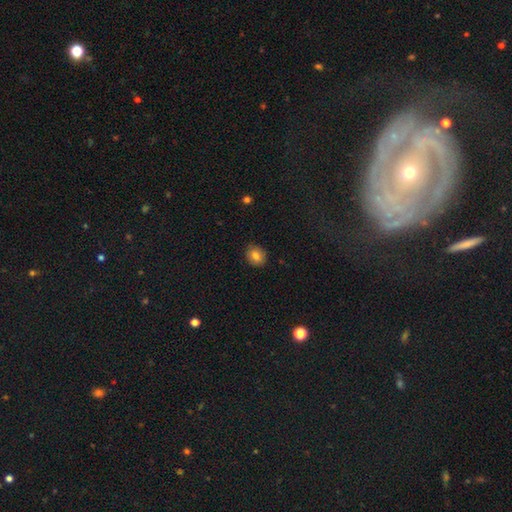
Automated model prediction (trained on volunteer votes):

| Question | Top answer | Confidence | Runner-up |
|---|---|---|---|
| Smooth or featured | smooth | 82% | star or artifact (10%) |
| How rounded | round | 62% | in between (37%) |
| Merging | none | 88% | minor disturbance (9%) |